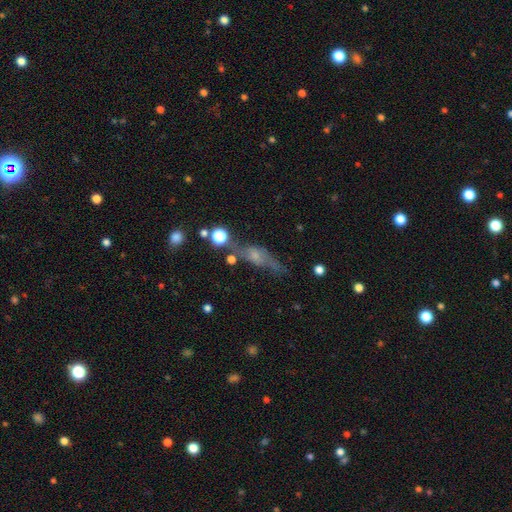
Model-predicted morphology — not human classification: Smooth or featured? featured or disk (46%)
Merging? none (50%)